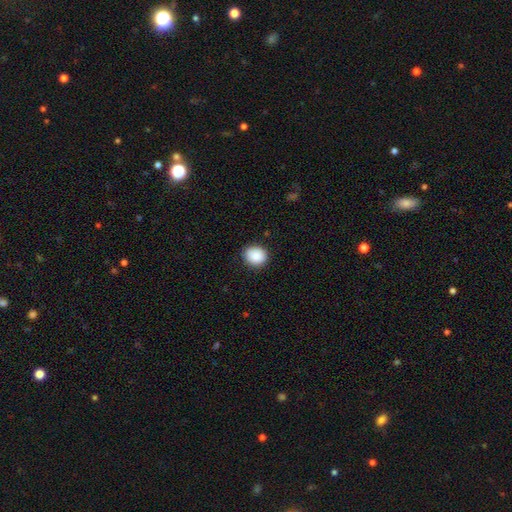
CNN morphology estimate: smooth-or-featured: smooth: 89% | star or artifact: 8% | featured or disk: 3%
  how-rounded: round: 72% | in between: 27% | cigar-shaped: 1%
  merging: none: 86% | minor disturbance: 11% | major disturbance: 2% | merger: 1%